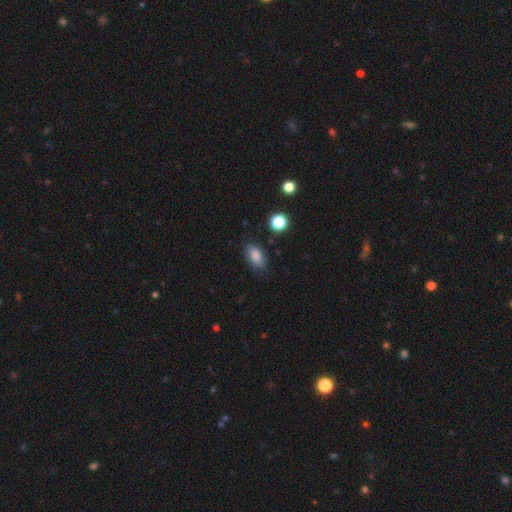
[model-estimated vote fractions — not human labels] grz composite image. It shows a smooth galaxy with no disk features (82%) that is in between round and cigar-shaped (91%). Merging: none (78%).